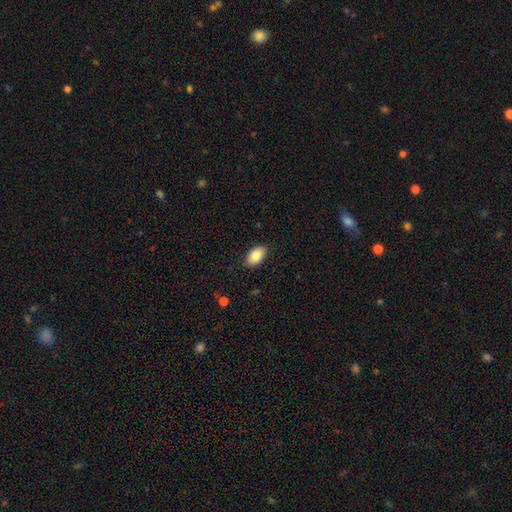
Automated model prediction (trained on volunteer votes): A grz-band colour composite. It shows a smooth galaxy with no disk features (84%) that is in between round and cigar-shaped (91%). Merging: none (87%).